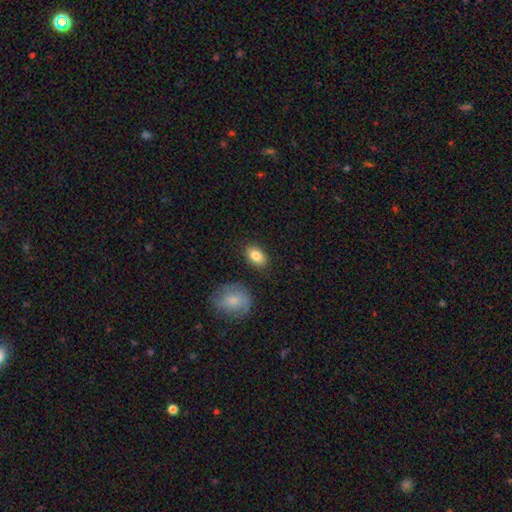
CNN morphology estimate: A smooth galaxy with no disk features (83%) that is in between round and cigar-shaped (89%).

Vote fractions:
- Smooth or featured? smooth: 83% / featured or disk: 9% / star or artifact: 7%
- How rounded? in between: 89% / round: 9% / cigar-shaped: 2%
- Merging? none: 83% / minor disturbance: 10% / merger: 3% / major disturbance: 3%